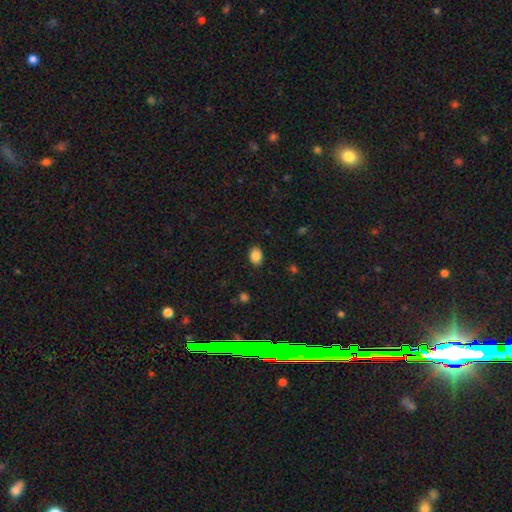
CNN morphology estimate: This is clearly a smooth galaxy (87%). How rounded: likely in between (71%). Merging: clearly none (88%).